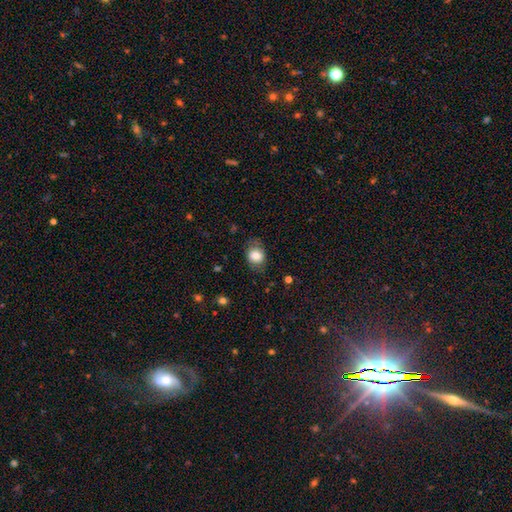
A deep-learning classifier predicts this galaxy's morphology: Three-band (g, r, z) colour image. It shows a smooth galaxy with no disk features (76%) that is round (50%). Merging: none (71%).